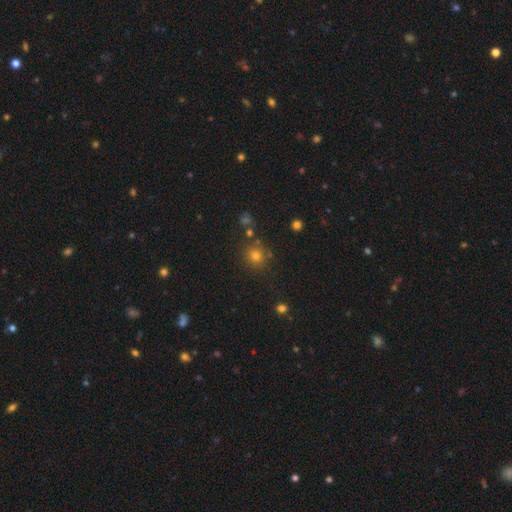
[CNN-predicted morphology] Q: Smooth or featured?
A: smooth (70%); runner-up: star or artifact (23%)
Q: How rounded?
A: round (90%); runner-up: in between (9%)
Q: Merging?
A: none (81%); runner-up: minor disturbance (9%)